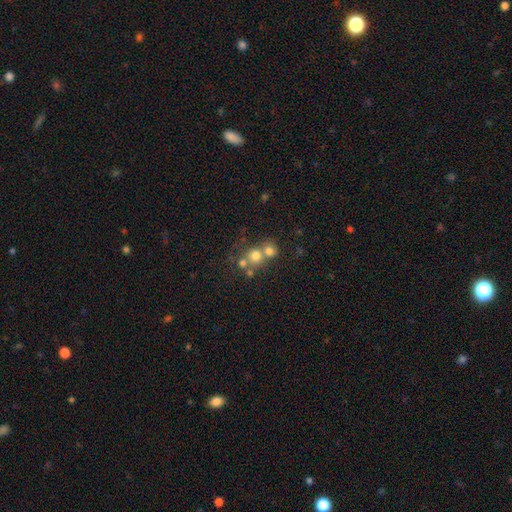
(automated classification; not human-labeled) smooth-or-featured: smooth: 69% | featured or disk: 16% | star or artifact: 15%
  how-rounded: round: 86% | in between: 13% | cigar-shaped: 1%
  merging: merger: 50% | none: 41% | minor disturbance: 6% | major disturbance: 4%